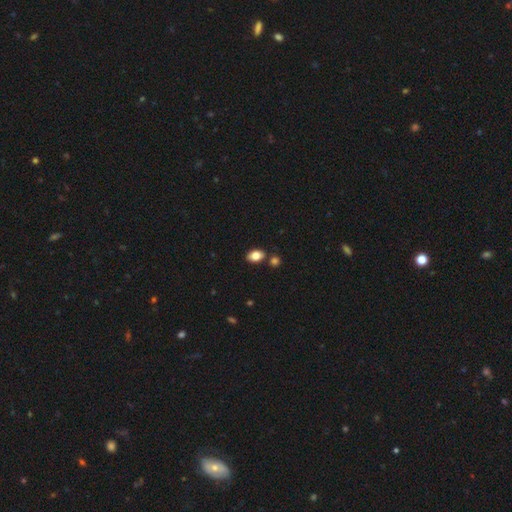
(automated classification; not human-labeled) Overall: smooth (84%). How rounded: in between (82%). Merging: none (78%).